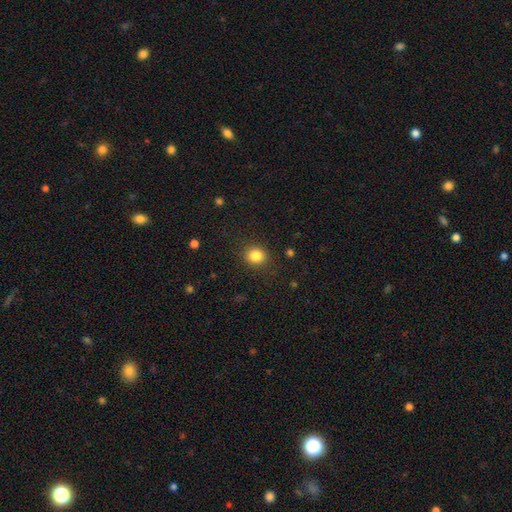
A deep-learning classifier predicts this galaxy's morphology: A smooth galaxy with no disk features (84%) that is round (76%). Merging: none (87%).